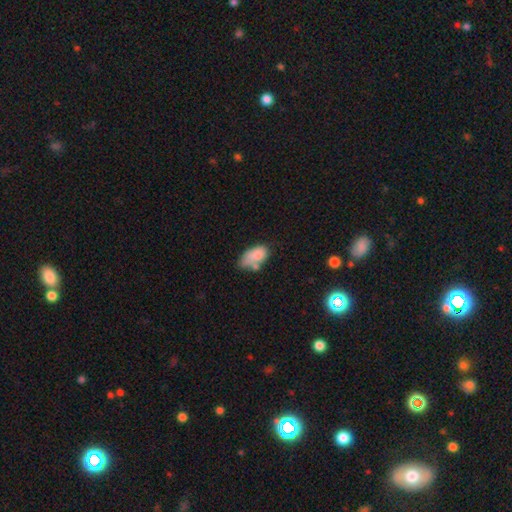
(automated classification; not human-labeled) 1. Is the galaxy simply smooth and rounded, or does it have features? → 79% smooth, 12% featured or disk, 8% star or artifact.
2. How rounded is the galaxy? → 92% in between, 5% round, 3% cigar-shaped.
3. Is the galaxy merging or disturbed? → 39% none, 30% minor disturbance, 18% merger, 12% major disturbance.